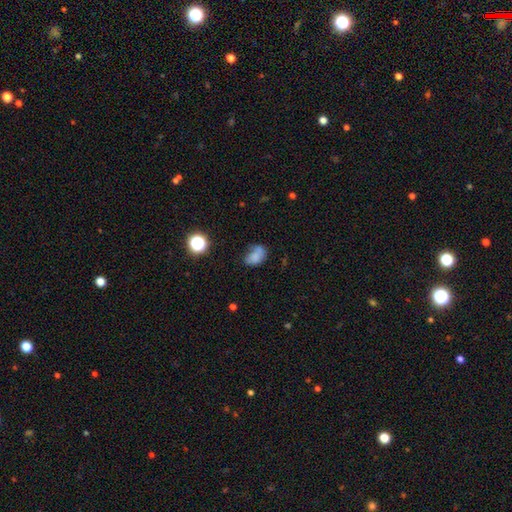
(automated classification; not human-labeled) The model was most divided on "merging": none: 40%, minor disturbance: 29%, major disturbance: 18%, merger: 14%. More confident: how rounded — in between (78%); smooth or featured — smooth (70%).